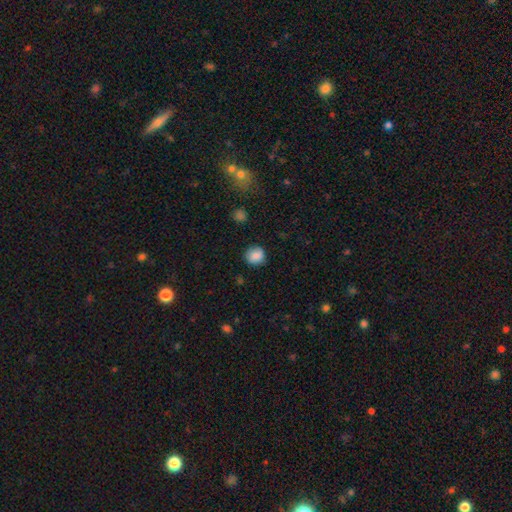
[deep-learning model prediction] smooth-or-featured: smooth: 86% | star or artifact: 9% | featured or disk: 5%
  how-rounded: round: 88% | in between: 11% | cigar-shaped: 1%
  merging: none: 85% | minor disturbance: 11% | major disturbance: 3% | merger: 1%